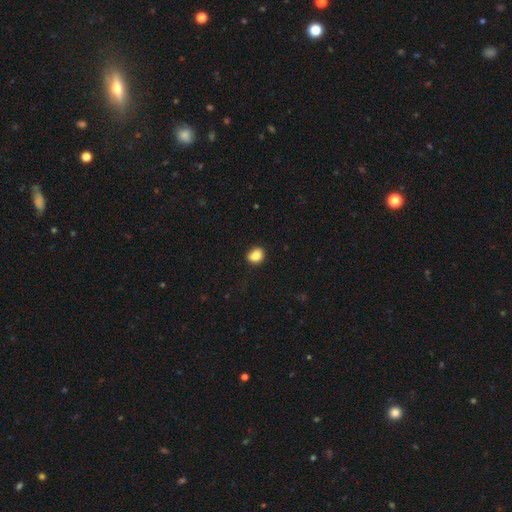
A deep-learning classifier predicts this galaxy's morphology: Q: Smooth or featured?
A: smooth (85%); runner-up: star or artifact (10%)
Q: How rounded?
A: round (58%); runner-up: in between (41%)
Q: Merging?
A: none (82%); runner-up: minor disturbance (14%)